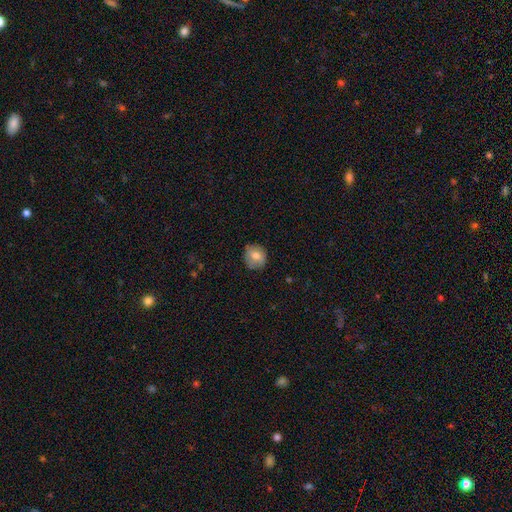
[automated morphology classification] This is likely a smooth galaxy (73%). How rounded: clearly round (84%). Merging: clearly none (81%).